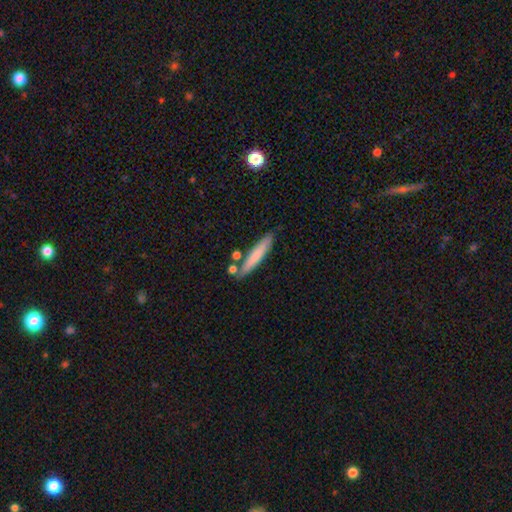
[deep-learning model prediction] A smooth galaxy with no disk features (72%) that is cigar-shaped (92%).

Vote fractions:
- Smooth or featured? smooth: 72% / featured or disk: 22% / star or artifact: 6%
- How rounded? cigar-shaped: 92% / in between: 7% / round: 1%
- Merging? none: 78% / minor disturbance: 12% / merger: 8% / major disturbance: 3%